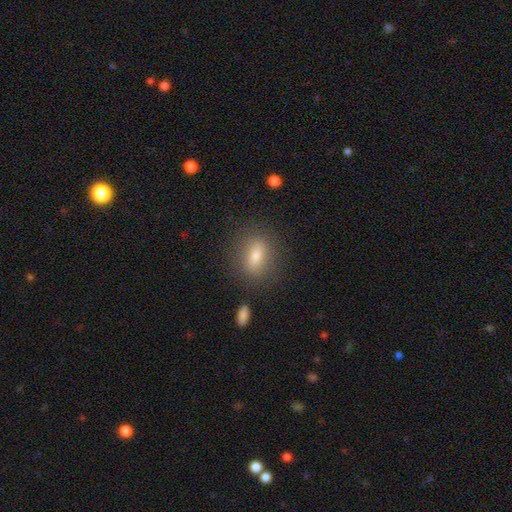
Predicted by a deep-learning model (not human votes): Morphology: type=smooth (72%); roundness=in between (65%); merging=none (84%).